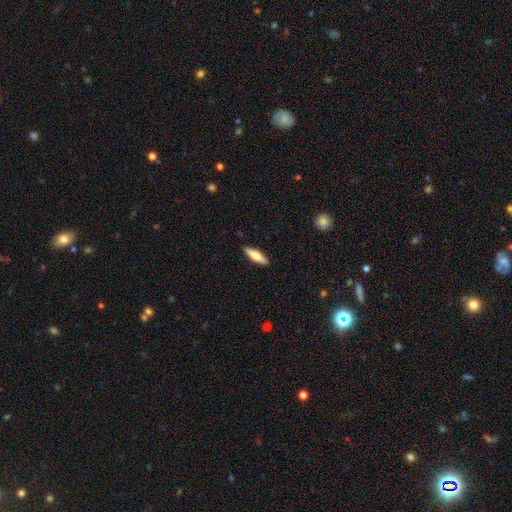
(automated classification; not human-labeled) smooth_or_featured: smooth (p=0.64) [alt: featured or disk p=0.31]
how_rounded: cigar-shaped (p=0.63) [alt: in between p=0.35]
merging: none (p=0.90) [alt: minor disturbance p=0.08]